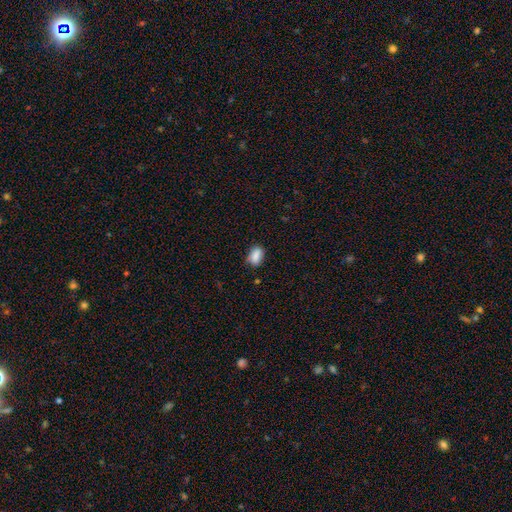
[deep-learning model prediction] smooth 85%, star or artifact 9%, featured or disk 6%. Down the decision tree: how rounded — in between (83%); merging — none (70%).